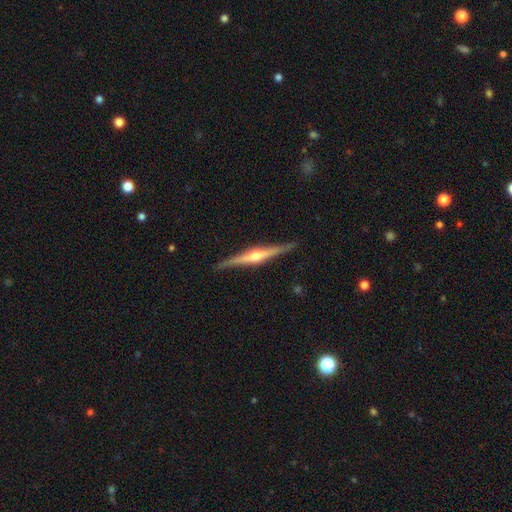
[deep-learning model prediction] This is clearly a featured or disk galaxy (83%). It is clearly viewed edge-on (98%). Edge-on bulge: clearly rounded (89%). Merging: clearly none (89%).